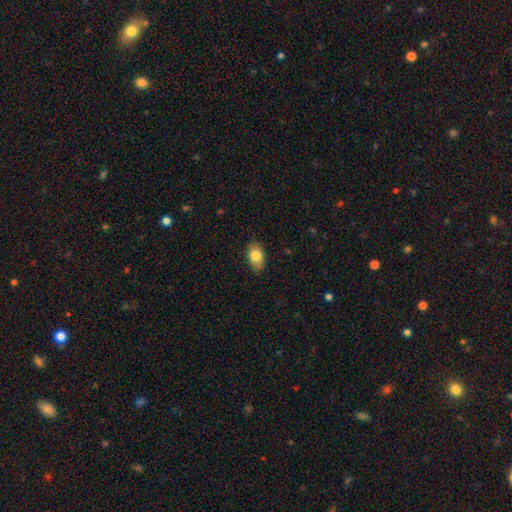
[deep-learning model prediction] This appears to be a smooth galaxy with no disk features (83%) that is in between round and cigar-shaped (88%). Merging: none (83%).